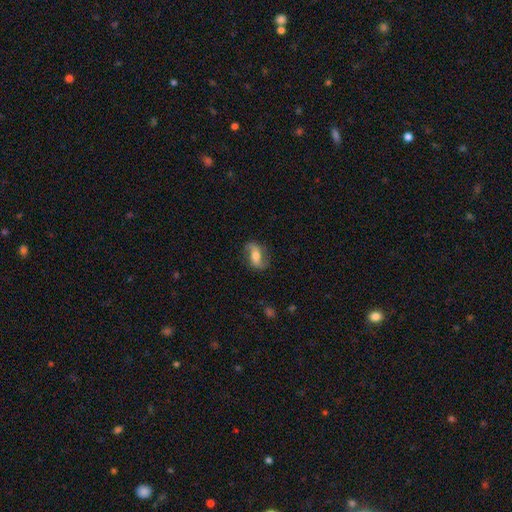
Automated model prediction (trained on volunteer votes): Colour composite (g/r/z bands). It shows a featured or disk galaxy (59%) with a weak bar (35%, tied with no), spiral arms (87%) and a moderate central bulge (58%). Merging: none (76%).